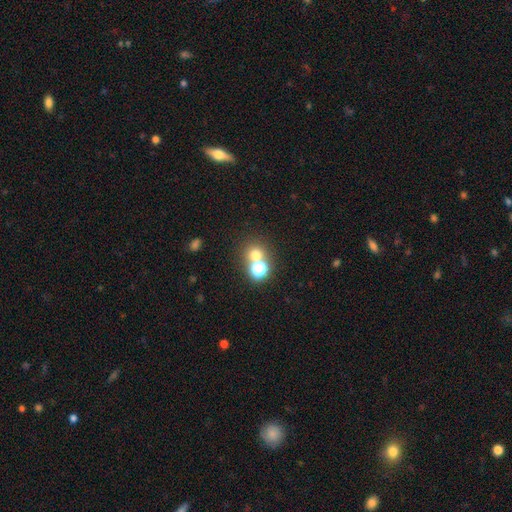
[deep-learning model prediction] Smooth or featured: smooth — 65% (star or artifact — 26%)
How rounded: round — 87% (in between — 12%)
Merging: none — 58% (merger — 33%)